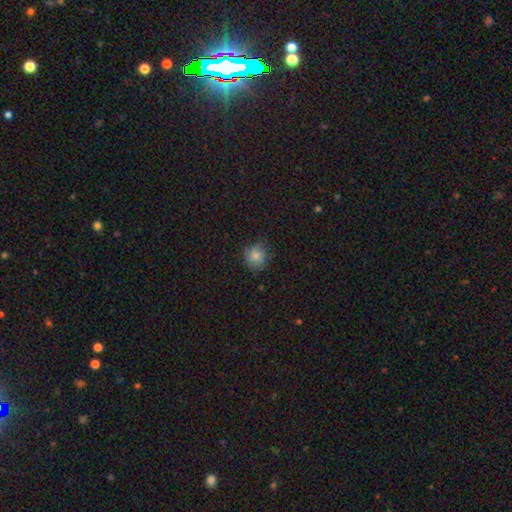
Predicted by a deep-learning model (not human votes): A smooth galaxy with no disk features (82%) that is round (83%). Merging: none (73%).